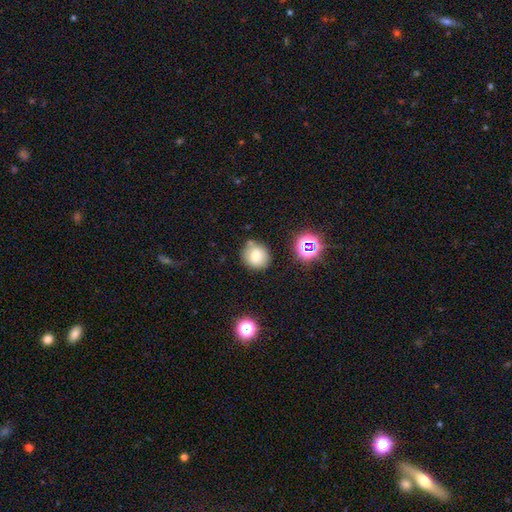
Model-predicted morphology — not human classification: Q: Smooth or featured?
A: smooth (74%); runner-up: star or artifact (15%)
Q: How rounded?
A: round (86%); runner-up: in between (13%)
Q: Merging?
A: none (75%); runner-up: minor disturbance (14%)